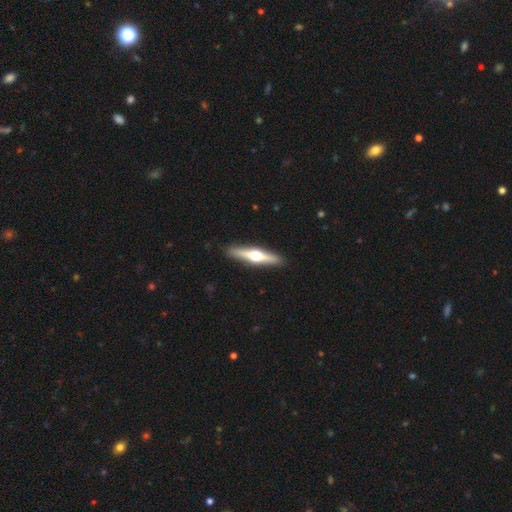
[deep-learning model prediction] featured or disk 65%, smooth 30%, star or artifact 5%. Down the decision tree: edge-on disk — yes (96%); edge-on bulge — rounded (96%); merging — none (91%).